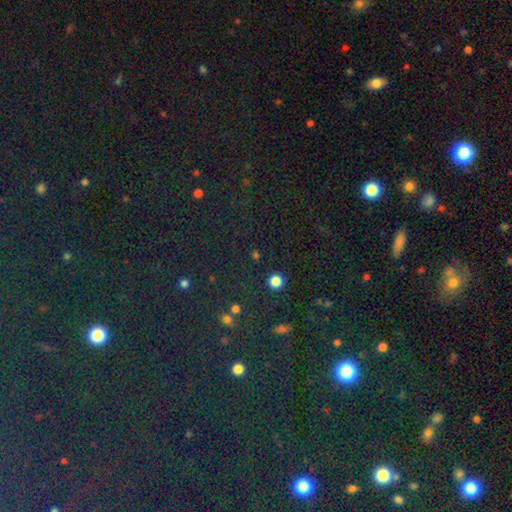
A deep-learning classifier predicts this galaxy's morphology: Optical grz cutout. It shows a star or artifact, not a galaxy (57%).